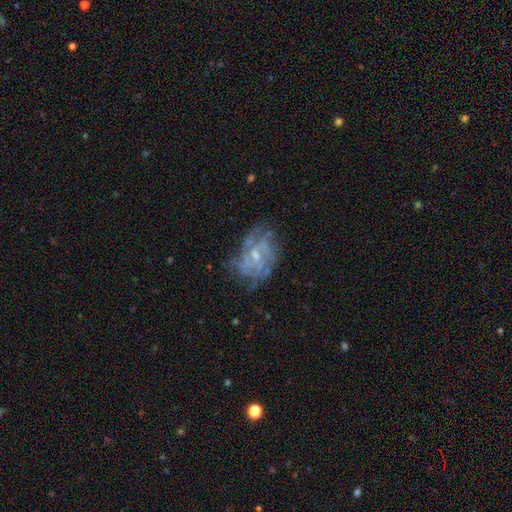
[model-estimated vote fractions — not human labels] Smooth or featured?
  - featured or disk: 73% *
  - smooth: 14%
  - star or artifact: 13%
Edge-on disk?
  - no: 97% *
  - yes: 3%
Bar?
  - no: 49% *
  - weak: 42%
  - strong: 9%
Spiral arms?
  - yes: 80% *
  - no: 20%
Spiral winding?
  - tight: 45% *
  - medium: 39%
  - loose: 16%
Spiral arm count?
  - can't tell: 44% *
  - 3: 17%
  - 2: 17%
  - 4: 11%
  - more than 4: 6%
  - 1: 6%
Bulge size?
  - small: 54% *
  - moderate: 34%
  - none: 9%
  - large: 2%
  - dominant: 1%
Merging?
  - none: 63% *
  - minor disturbance: 20%
  - major disturbance: 14%
  - merger: 3%